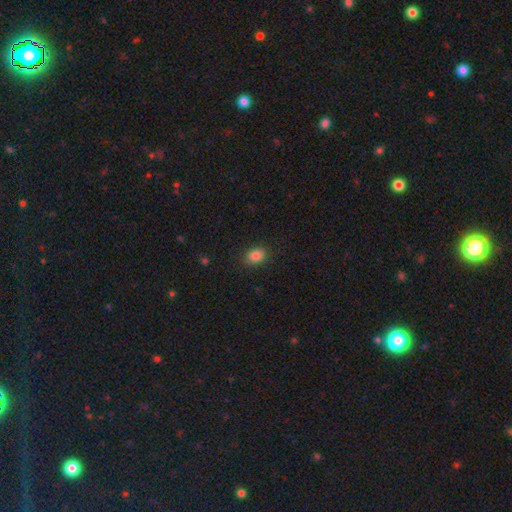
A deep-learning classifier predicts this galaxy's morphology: A smooth galaxy with no disk features (85%) that is in between round and cigar-shaped (72%).

Vote fractions:
- Smooth or featured? smooth: 85% / star or artifact: 10% / featured or disk: 5%
- How rounded? in between: 72% / round: 27% / cigar-shaped: 1%
- Merging? none: 88% / minor disturbance: 9% / major disturbance: 2% / merger: 1%